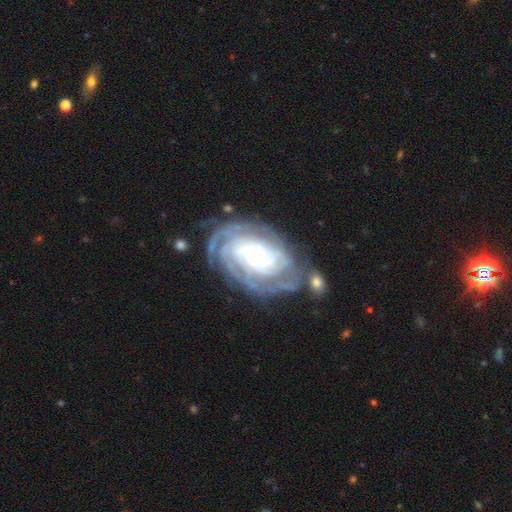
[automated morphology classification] Overall: featured or disk (88%). Edge-on disk: no (96%). Bar: no (72%). Spiral arms: yes (97%). Spiral arm count: can't tell (28%; 4 26%). Spiral winding: tight (79%). Bulge size: small (65%; moderate 26%). Merging: none (65%).